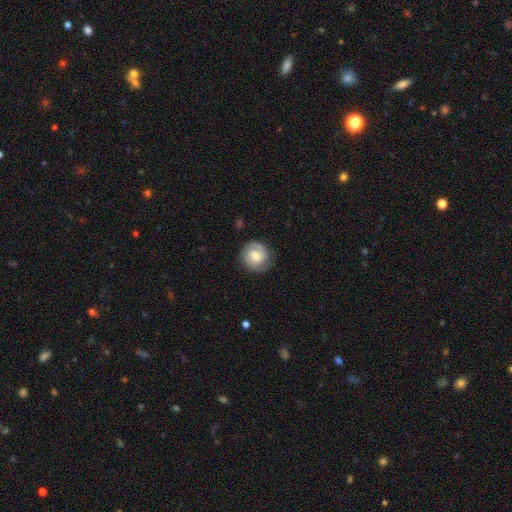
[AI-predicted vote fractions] Smooth or featured? Predicted: featured or disk (p=0.50). Merging? Predicted: none (p=0.82).